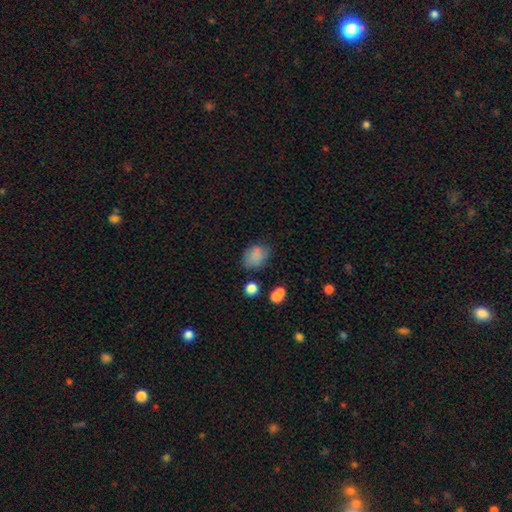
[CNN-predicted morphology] Overall: smooth (79%). How rounded: in between (57%; round 42%). Merging: none (62%; minor disturbance 24%).